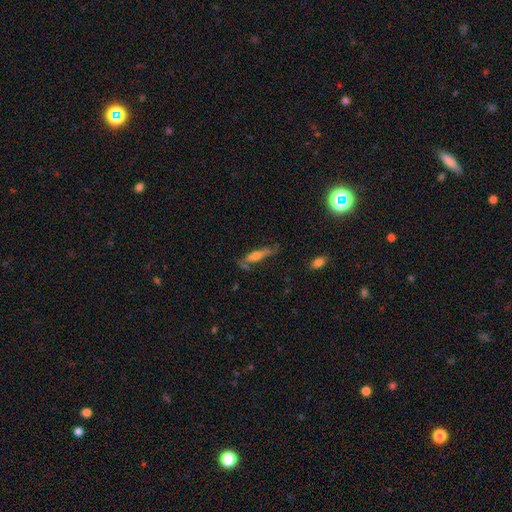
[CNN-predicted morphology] The model was most divided on "smooth or featured": smooth: 44%, featured or disk: 43%, star or artifact: 12%. More confident: merging — none (58%).